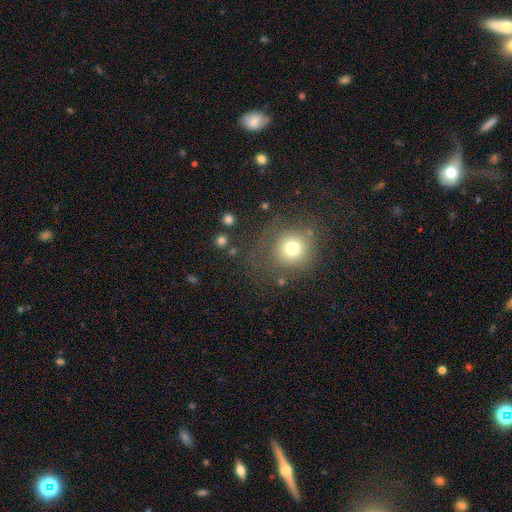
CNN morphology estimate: A smooth galaxy with no disk features (59%) that is round (87%).

Vote fractions:
- Smooth or featured? smooth: 59% / star or artifact: 30% / featured or disk: 10%
- How rounded? round: 87% / in between: 12% / cigar-shaped: 1%
- Merging? none: 77% / minor disturbance: 13% / major disturbance: 6% / merger: 5%